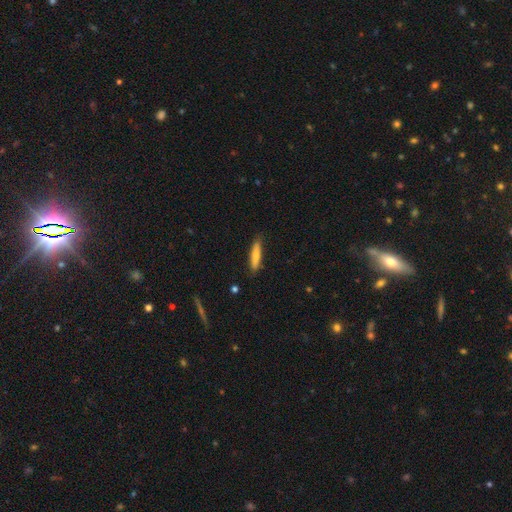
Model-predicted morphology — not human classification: A smooth galaxy with no disk features (72%) that is cigar-shaped (81%).

Vote fractions:
- Smooth or featured? smooth: 72% / featured or disk: 22% / star or artifact: 6%
- How rounded? cigar-shaped: 81% / in between: 17% / round: 2%
- Merging? none: 86% / minor disturbance: 11% / major disturbance: 2% / merger: 1%